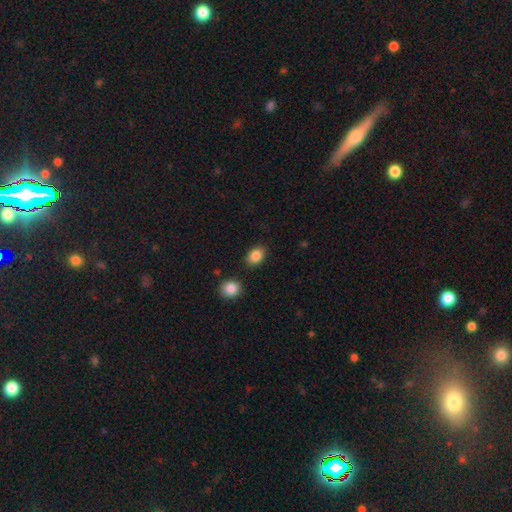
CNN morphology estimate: type=smooth (87%); roundness=in between (71%); merging=none (84%).